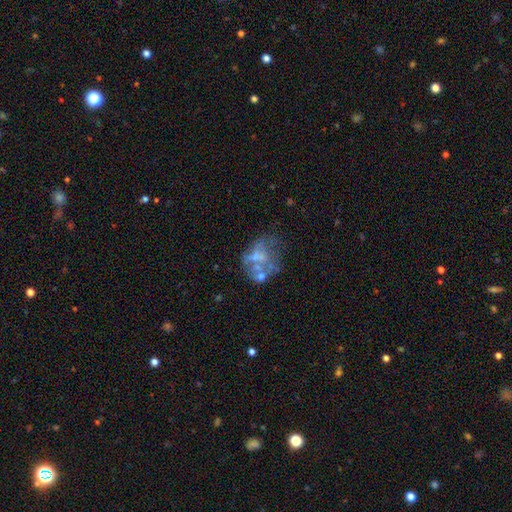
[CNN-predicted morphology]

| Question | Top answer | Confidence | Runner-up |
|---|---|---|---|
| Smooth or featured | featured or disk | 61% | smooth (25%) |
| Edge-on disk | no | 98% | yes (2%) |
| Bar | no | 86% | weak (12%) |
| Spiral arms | no | 86% | yes (14%) |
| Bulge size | none | 59% | small (19%) |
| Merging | none | 33% | major disturbance (29%) |